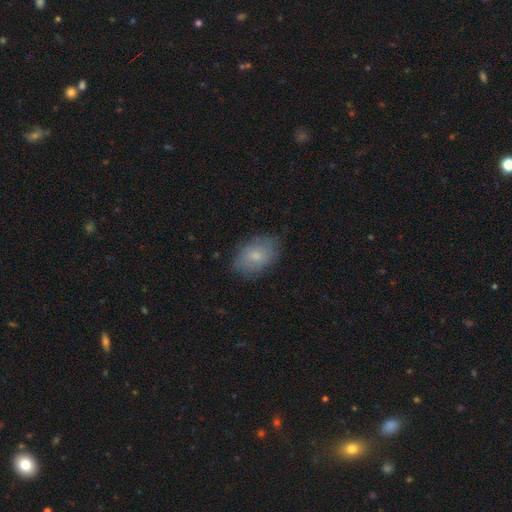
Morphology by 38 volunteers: smooth_or_featured: smooth (p=0.84) [alt: featured or disk p=0.13]
how_rounded: in between (p=0.97) [alt: round p=0.03]
merging: none (p=0.65) [alt: minor disturbance p=0.30]